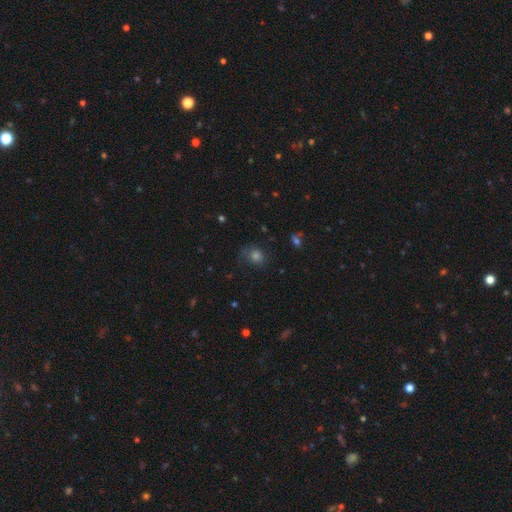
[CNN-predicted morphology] Overall: smooth (67%). How rounded: round (65%; in between 34%). Merging: none (66%).